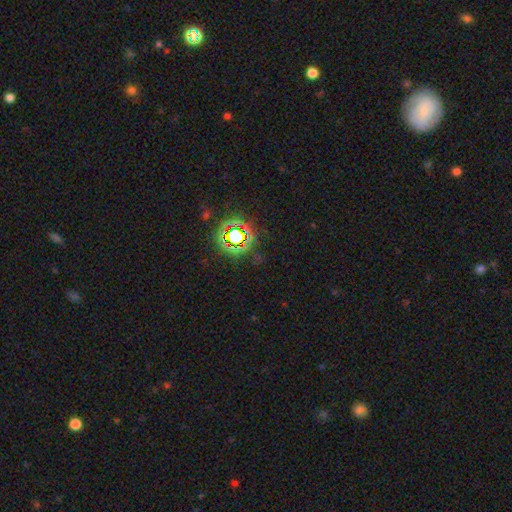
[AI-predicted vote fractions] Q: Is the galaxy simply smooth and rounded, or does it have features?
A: star or artifact — 78%.